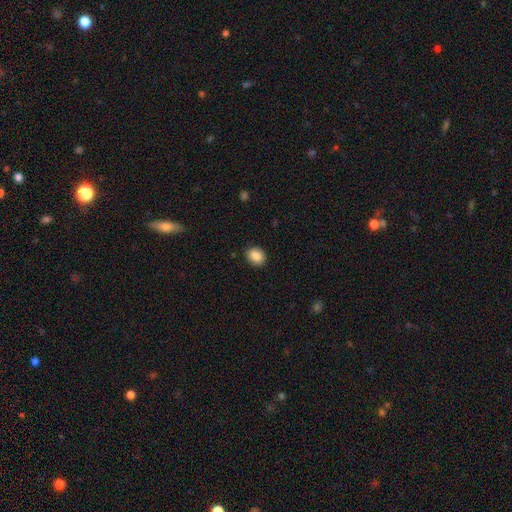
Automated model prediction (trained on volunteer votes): Smooth or featured? smooth (87%)
How rounded? round (63%)
Merging? none (90%)